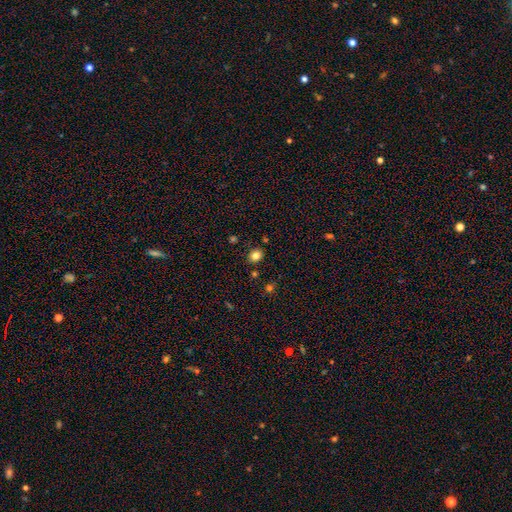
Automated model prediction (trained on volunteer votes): smooth-or-featured: smooth: 82% | star or artifact: 12% | featured or disk: 6%
  how-rounded: round: 55% | in between: 44% | cigar-shaped: 1%
  merging: none: 85% | minor disturbance: 9% | merger: 3% | major disturbance: 2%